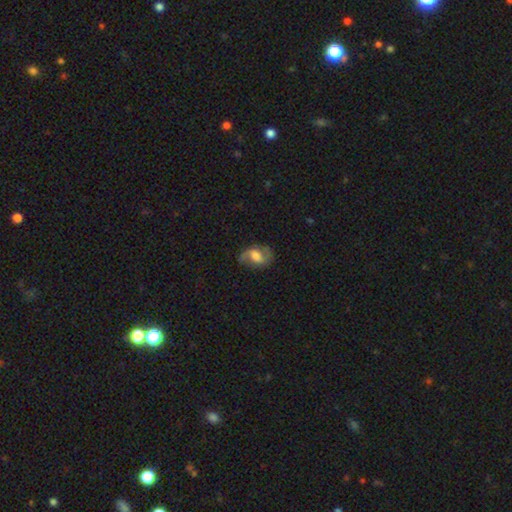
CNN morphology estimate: Smooth or featured? Predicted: featured or disk (p=0.72). Edge-on disk? Predicted: no (p=0.97). Bar? Predicted: weak (p=0.50). Spiral arms? Predicted: yes (p=0.92). Spiral winding? Predicted: medium (p=0.45). Spiral arm count? Predicted: 2 (p=0.87). Bulge size? Predicted: moderate (p=0.44). Merging? Predicted: none (p=0.70).